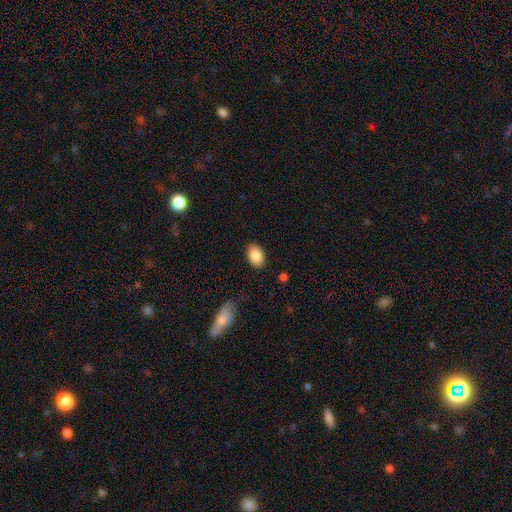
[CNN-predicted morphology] type=smooth (86%); roundness=in between (88%); merging=none (87%).